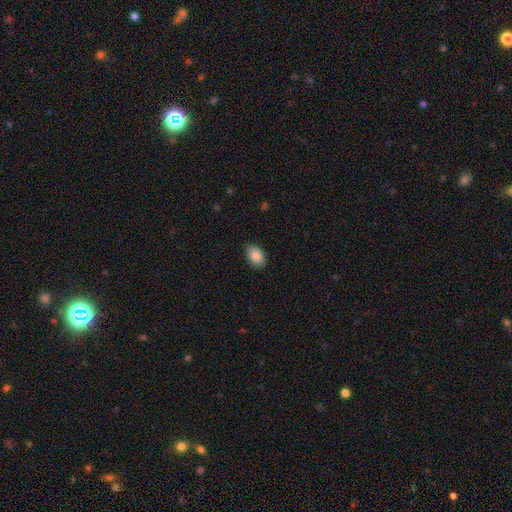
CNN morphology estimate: Smooth or featured? Predicted: smooth (p=0.88). How rounded? Predicted: in between (p=0.86). Merging? Predicted: none (p=0.83).